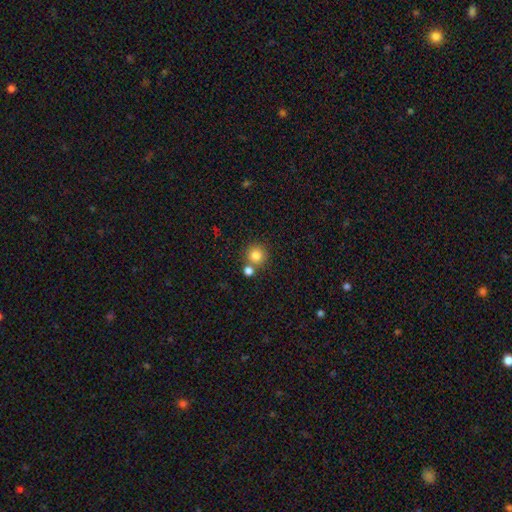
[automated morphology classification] This is clearly a smooth galaxy (82%). How rounded: clearly round (93%). Merging: likely none (68%).